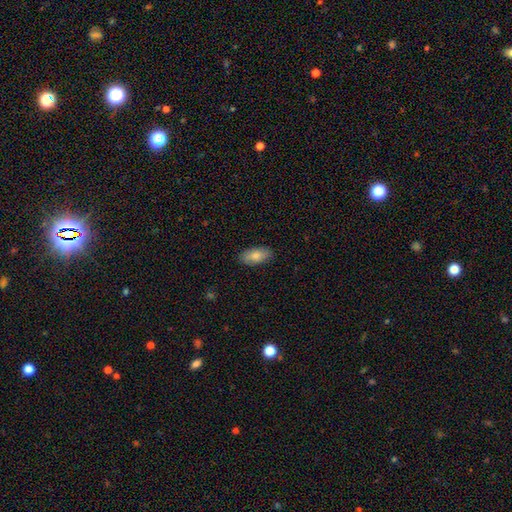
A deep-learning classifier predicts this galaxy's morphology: A smooth galaxy with no disk features (82%) that is in between round and cigar-shaped (92%).

Vote fractions:
- Smooth or featured? smooth: 82% / featured or disk: 12% / star or artifact: 6%
- How rounded? in between: 92% / cigar-shaped: 6% / round: 3%
- Merging? none: 87% / minor disturbance: 10% / major disturbance: 2% / merger: 1%